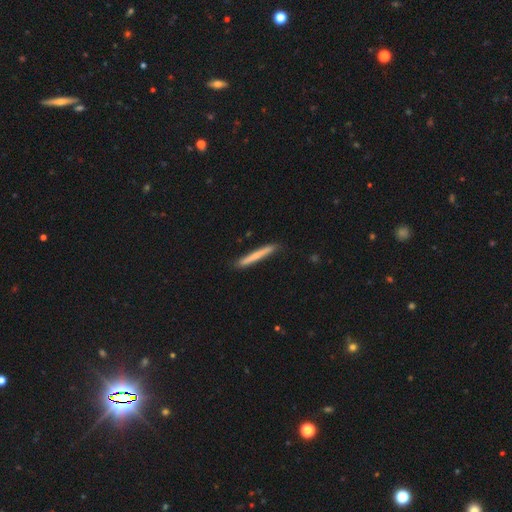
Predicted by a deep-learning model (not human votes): This is likely a smooth galaxy (68%). How rounded: clearly cigar-shaped (97%). Merging: clearly none (88%).